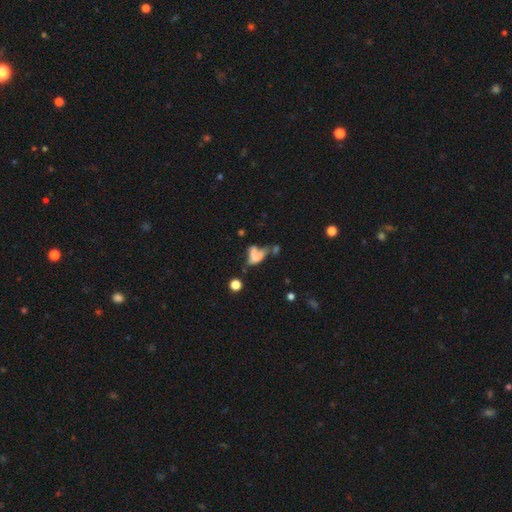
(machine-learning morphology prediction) A smooth galaxy with no disk features (51%) that is in between round and cigar-shaped (74%).

Vote fractions:
- Smooth or featured? smooth: 51% / featured or disk: 34% / star or artifact: 15%
- How rounded? in between: 74% / cigar-shaped: 16% / round: 10%
- Merging? merger: 47% / none: 21% / major disturbance: 20% / minor disturbance: 13%